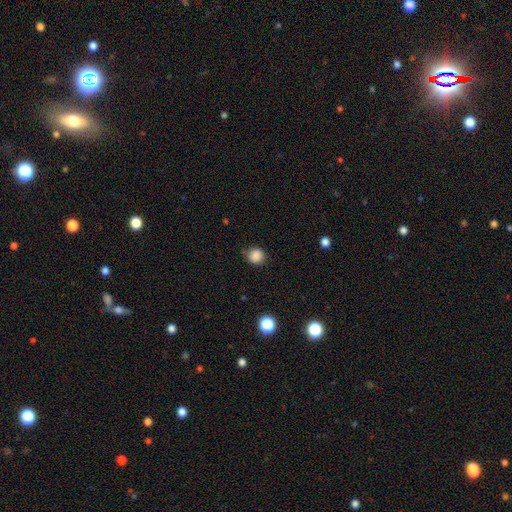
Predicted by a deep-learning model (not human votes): This appears to be a smooth galaxy with no disk features (86%) that is round (86%). Merging: none (77%).